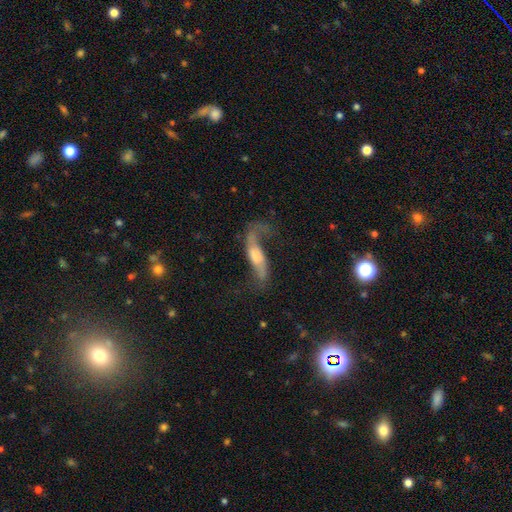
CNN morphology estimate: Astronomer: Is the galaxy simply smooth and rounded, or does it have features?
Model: featured or disk — 75%.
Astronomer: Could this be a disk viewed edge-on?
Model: no — 78%.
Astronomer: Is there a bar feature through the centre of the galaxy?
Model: no — 48% (runner-up: weak, 32%).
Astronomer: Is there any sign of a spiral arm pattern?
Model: yes — 90%.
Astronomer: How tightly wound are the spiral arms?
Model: loose — 86%.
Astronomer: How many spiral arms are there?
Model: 2 — 81%.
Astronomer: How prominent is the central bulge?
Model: moderate — 47% (runner-up: small, 29%).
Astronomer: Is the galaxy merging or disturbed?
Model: none — 48% (runner-up: major disturbance, 28%).